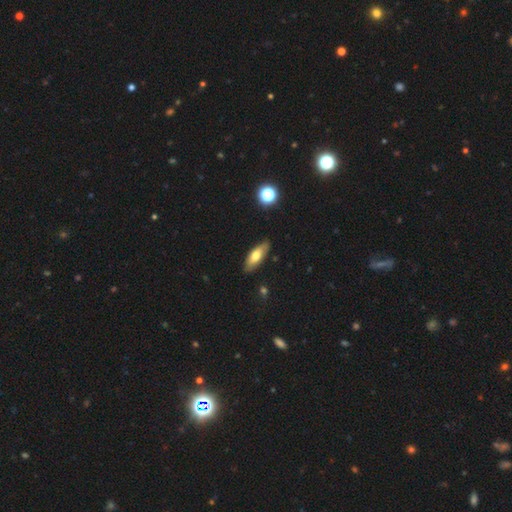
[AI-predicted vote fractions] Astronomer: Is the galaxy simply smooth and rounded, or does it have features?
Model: smooth — 67%.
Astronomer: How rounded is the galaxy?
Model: in between — 69%.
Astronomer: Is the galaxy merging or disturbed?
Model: none — 84%.